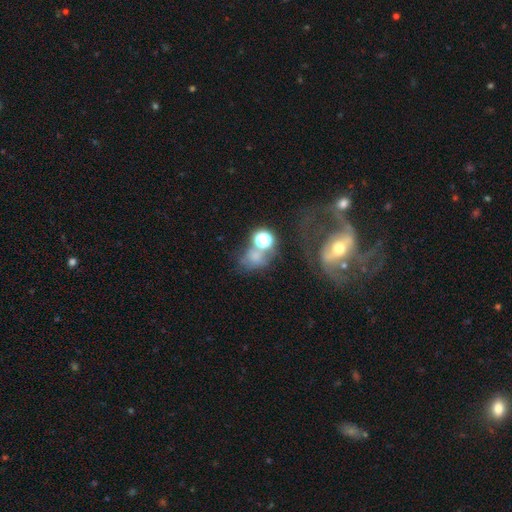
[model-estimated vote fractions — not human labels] Smooth or featured?
  - smooth: 52% *
  - star or artifact: 31%
  - featured or disk: 18%
How rounded?
  - round: 58% *
  - in between: 40%
  - cigar-shaped: 2%
Merging?
  - none: 38% *
  - merger: 26%
  - major disturbance: 20%
  - minor disturbance: 16%